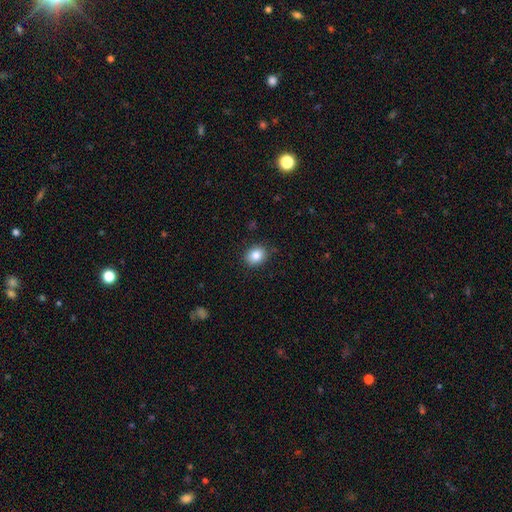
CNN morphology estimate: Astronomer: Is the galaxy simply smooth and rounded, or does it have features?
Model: smooth — 85%.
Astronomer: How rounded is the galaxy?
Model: round — 50% (runner-up: in between, 49%).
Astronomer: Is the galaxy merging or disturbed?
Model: none — 88%.